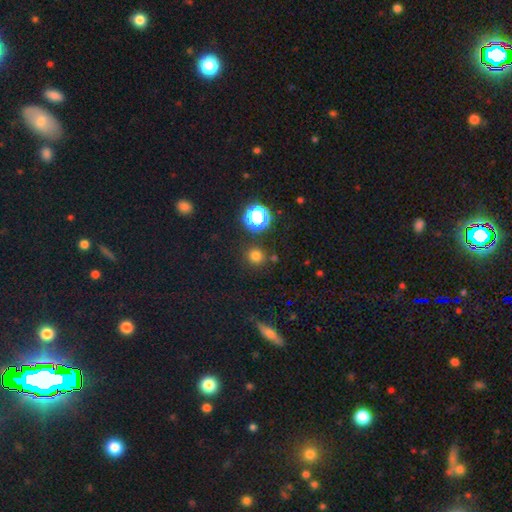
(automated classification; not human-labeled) Morphology: type=smooth (73%); roundness=round (92%); merging=none (86%).